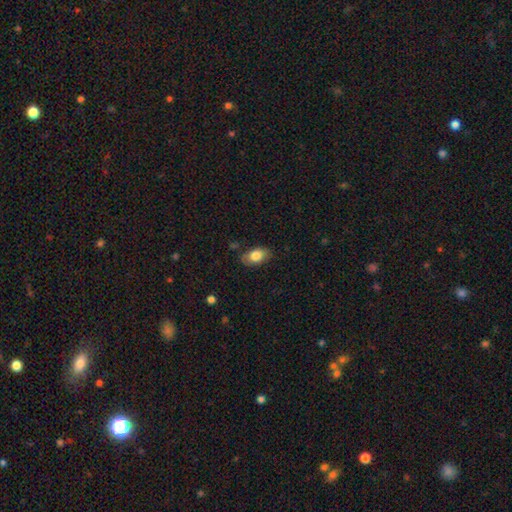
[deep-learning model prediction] Smooth or featured: smooth — 80% (featured or disk — 13%)
How rounded: in between — 90% (round — 8%)
Merging: none — 79% (minor disturbance — 16%)